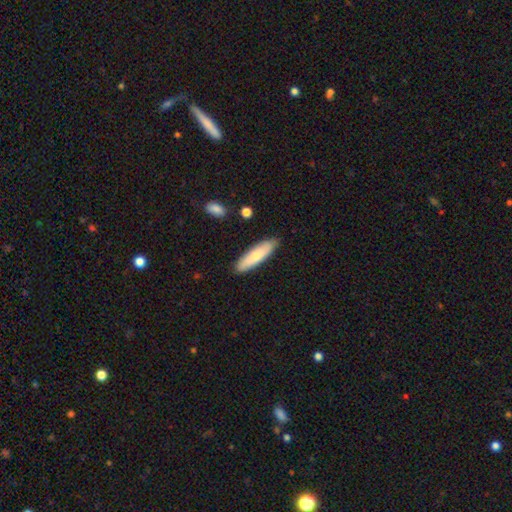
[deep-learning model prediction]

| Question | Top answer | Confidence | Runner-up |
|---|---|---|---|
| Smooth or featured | smooth | 70% | featured or disk (24%) |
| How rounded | cigar-shaped | 63% | in between (35%) |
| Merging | none | 87% | minor disturbance (10%) |